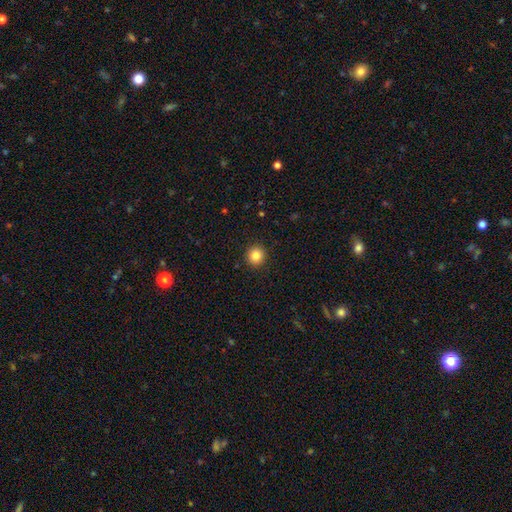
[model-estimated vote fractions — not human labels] smooth 84%, star or artifact 11%, featured or disk 5%. Down the decision tree: how rounded — round (94%); merging — none (93%).